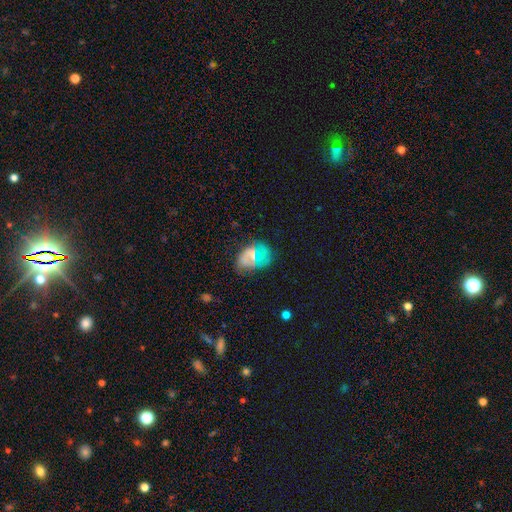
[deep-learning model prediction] A smooth galaxy with no disk features (48%).

Vote fractions:
- Smooth or featured? smooth: 48% / featured or disk: 35% / star or artifact: 17%
- Merging? none: 64% / minor disturbance: 23% / major disturbance: 11% / merger: 3%